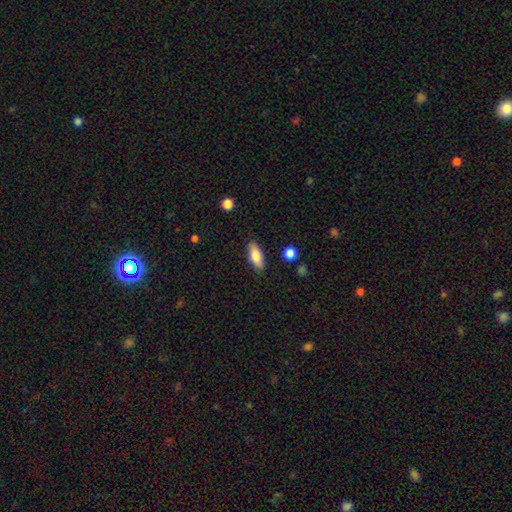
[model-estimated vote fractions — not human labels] smooth 77%, featured or disk 17%, star or artifact 7%. Down the decision tree: how rounded — in between (76%); merging — none (86%).